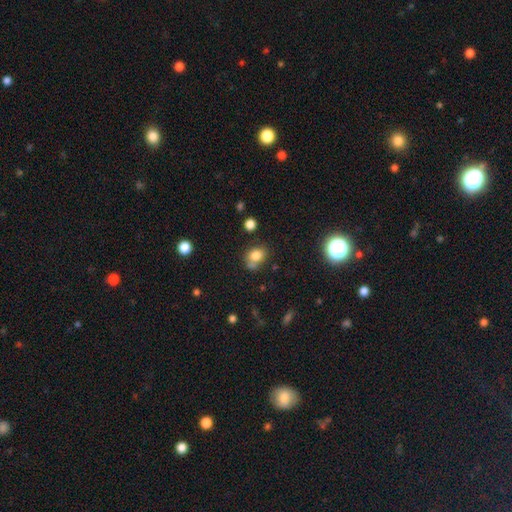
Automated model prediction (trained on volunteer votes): Morphology: type=smooth (79%); roundness=round (50%); merging=none (53%).